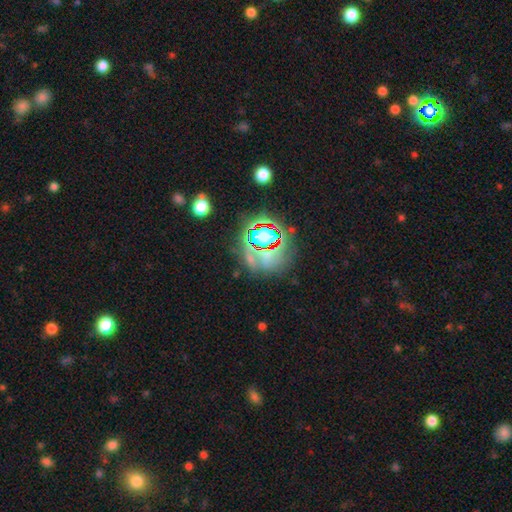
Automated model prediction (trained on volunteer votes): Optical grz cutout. It shows a star or artifact, not a galaxy (64%).